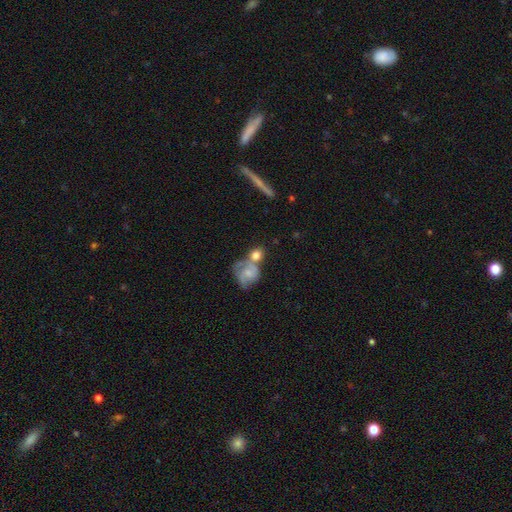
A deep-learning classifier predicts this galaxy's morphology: This is likely a smooth galaxy (67%). How rounded: likely round (73%). Merging: marginally merger (43%).